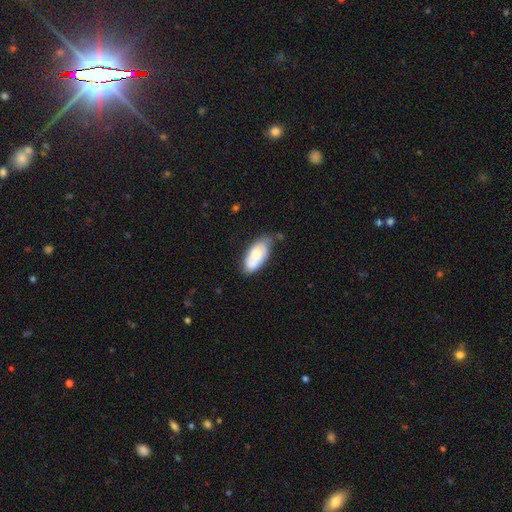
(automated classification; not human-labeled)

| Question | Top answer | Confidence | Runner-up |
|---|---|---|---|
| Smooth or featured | smooth | 68% | featured or disk (25%) |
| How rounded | in between | 91% | cigar-shaped (6%) |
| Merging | none | 58% | minor disturbance (28%) |